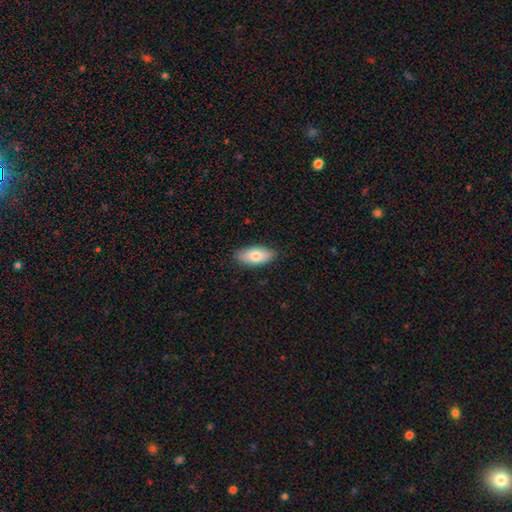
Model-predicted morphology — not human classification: Q: Smooth or featured?
A: smooth (78%); runner-up: featured or disk (16%)
Q: How rounded?
A: in between (89%); runner-up: cigar-shaped (8%)
Q: Merging?
A: none (85%); runner-up: minor disturbance (12%)